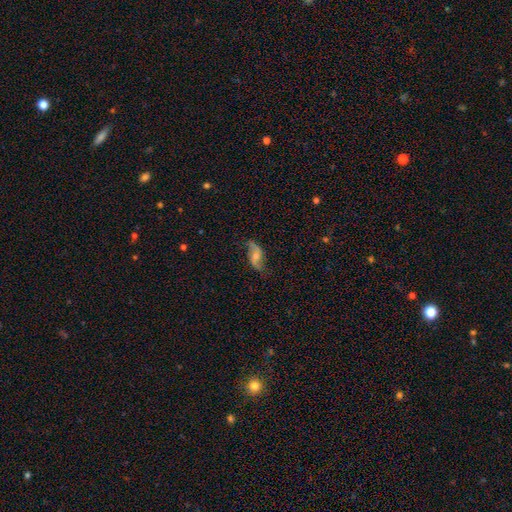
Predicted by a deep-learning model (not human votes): Overall: featured or disk (69%). Edge-on disk: no (94%). Bar: no (53%; weak 34%). Spiral arms: yes (91%). Spiral arm count: 2 (91%). Spiral winding: loose (80%). Bulge size: moderate (47%; small 42%). Merging: none (73%).